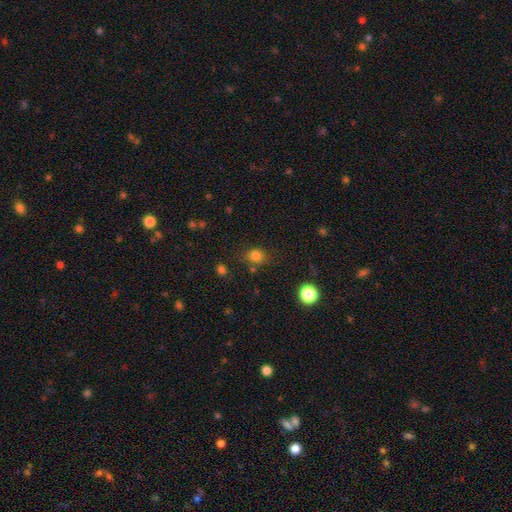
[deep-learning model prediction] Smooth or featured? smooth (80%)
How rounded? round (70%)
Merging? none (73%)